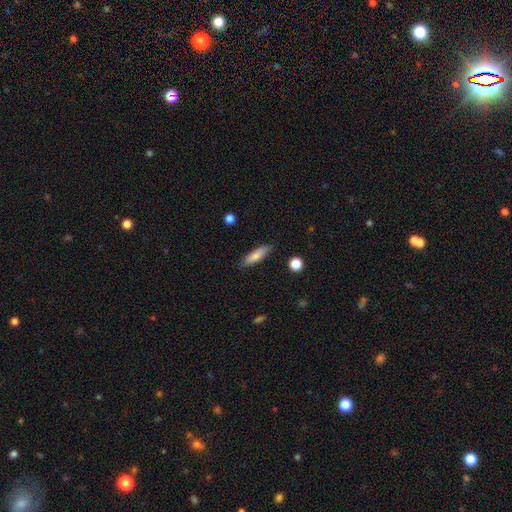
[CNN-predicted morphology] Smooth or featured: smooth — 79% (featured or disk — 14%)
How rounded: cigar-shaped — 66% (in between — 32%)
Merging: none — 86% (minor disturbance — 11%)